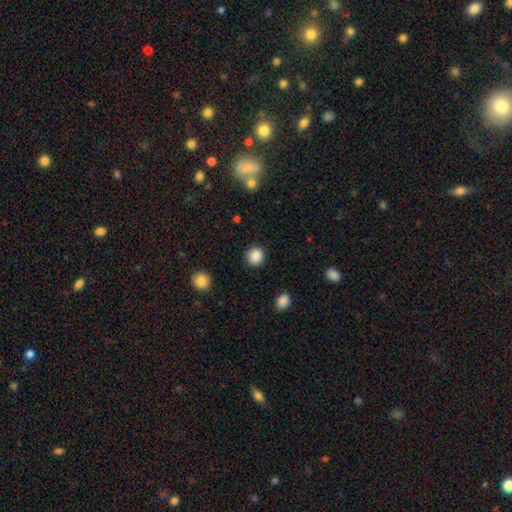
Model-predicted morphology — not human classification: Smooth or featured: smooth — 88% (star or artifact — 9%)
How rounded: round — 91% (in between — 9%)
Merging: none — 90% (minor disturbance — 6%)